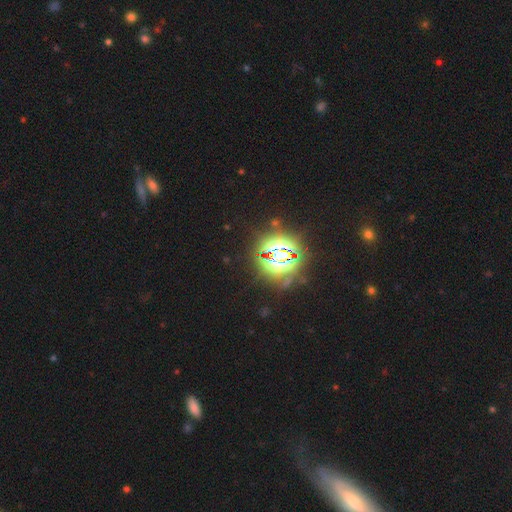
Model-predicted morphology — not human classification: Smooth or featured? Predicted: star or artifact (p=0.82).